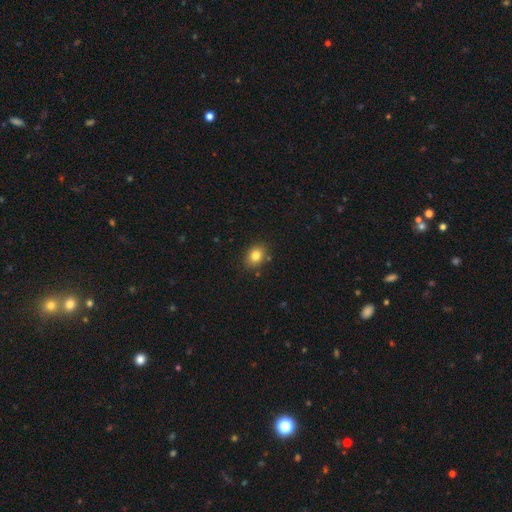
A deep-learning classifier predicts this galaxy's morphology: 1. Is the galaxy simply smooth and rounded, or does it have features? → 82% smooth, 10% star or artifact, 8% featured or disk.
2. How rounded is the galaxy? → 61% in between, 38% round, 1% cigar-shaped.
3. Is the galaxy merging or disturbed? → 83% none, 12% minor disturbance, 3% major disturbance, 3% merger.